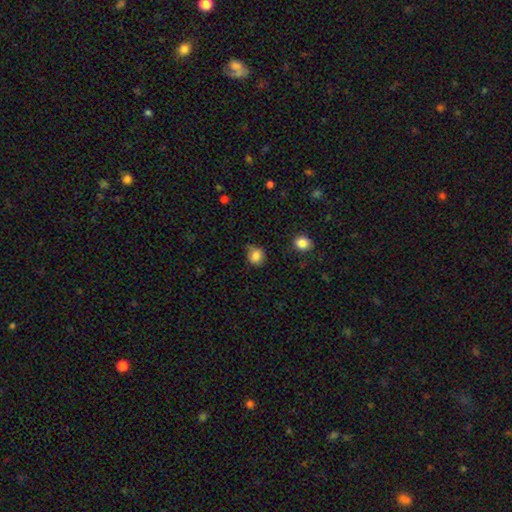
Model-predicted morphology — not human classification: smooth 84%, star or artifact 10%, featured or disk 6%. Down the decision tree: how rounded — round (73%); merging — none (63%).